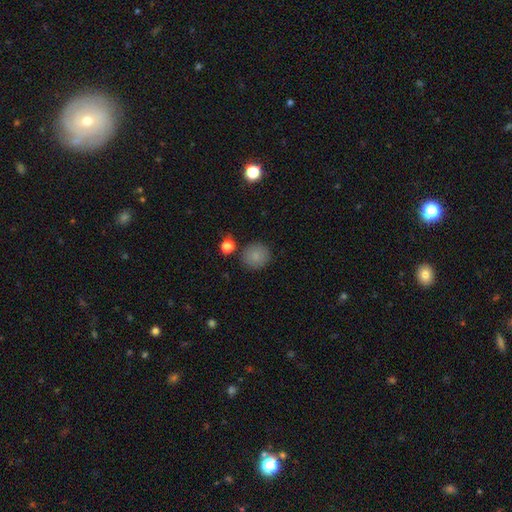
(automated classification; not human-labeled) Overall: smooth (84%). How rounded: round (90%). Merging: none (84%).